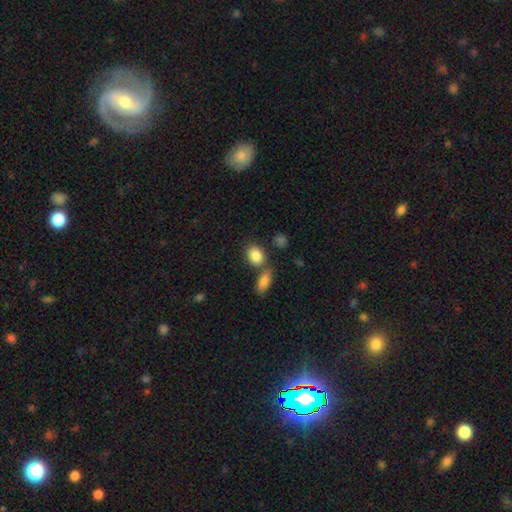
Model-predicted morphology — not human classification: A smooth galaxy with no disk features (86%) that is in between round and cigar-shaped (61%). Merging: none (59%).